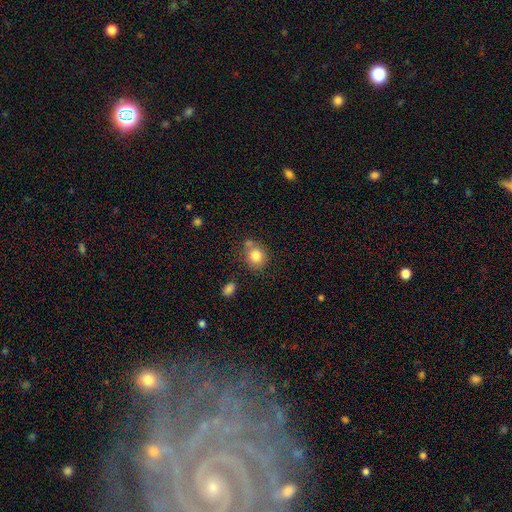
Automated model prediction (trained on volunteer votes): A smooth galaxy with no disk features (81%) that is round (74%). Merging: none (67%).